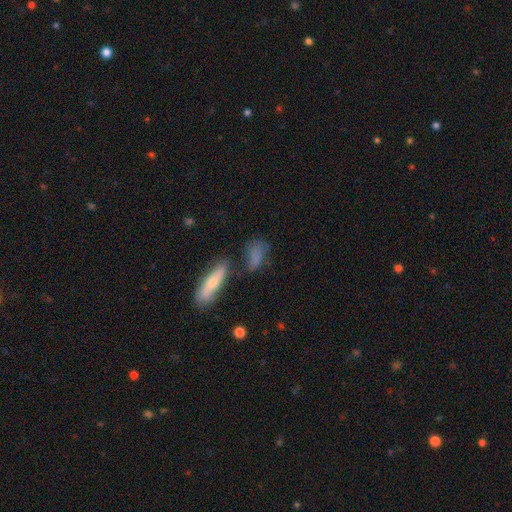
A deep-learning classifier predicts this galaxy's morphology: This is likely a smooth galaxy (71%). How rounded: likely in between (70%). Merging: possibly none (47%).